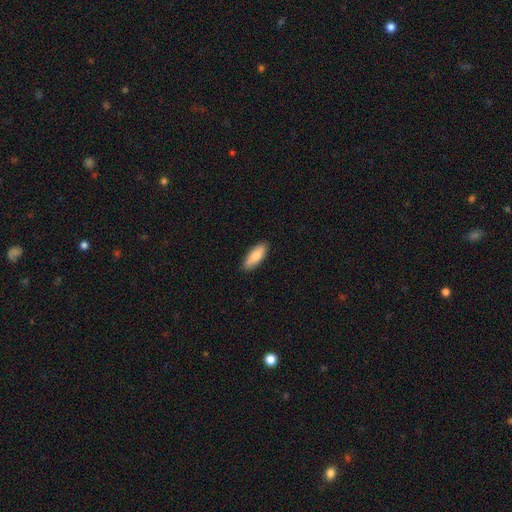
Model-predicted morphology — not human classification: type=smooth (84%); roundness=in between (70%); merging=none (87%).